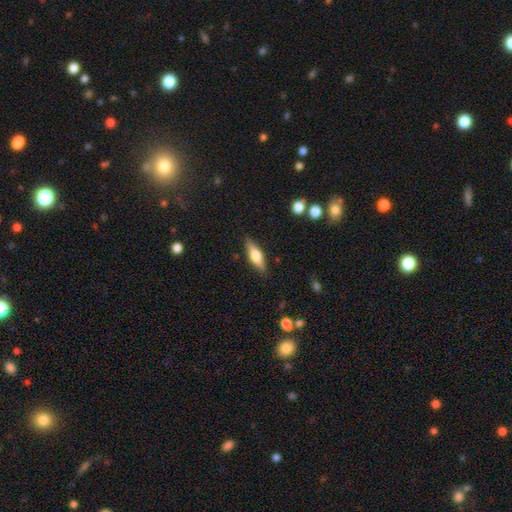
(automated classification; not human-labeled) Smooth or featured? Predicted: smooth (p=0.56). How rounded? Predicted: cigar-shaped (p=0.49). Merging? Predicted: none (p=0.85).